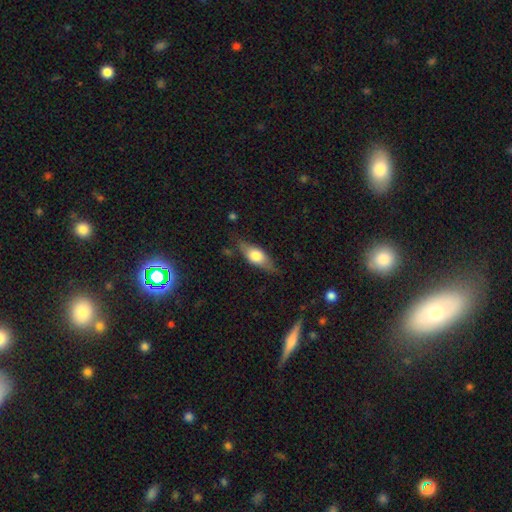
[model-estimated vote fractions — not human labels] Overall: smooth (57%; featured or disk 37%). How rounded: in between (71%). Merging: none (71%).